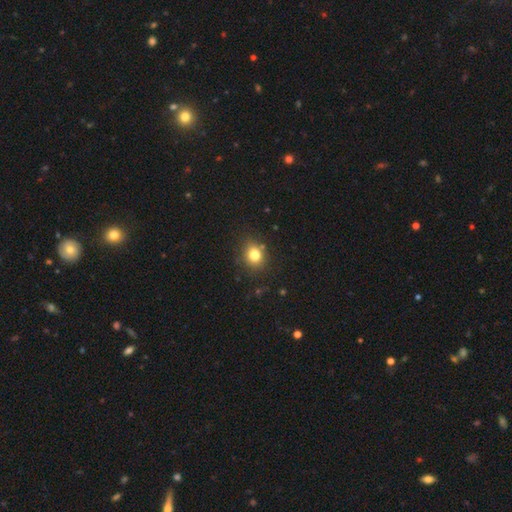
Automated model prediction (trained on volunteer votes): Q: Smooth or featured?
A: smooth (80%); runner-up: star or artifact (12%)
Q: How rounded?
A: round (61%); runner-up: in between (38%)
Q: Merging?
A: none (79%); runner-up: minor disturbance (13%)